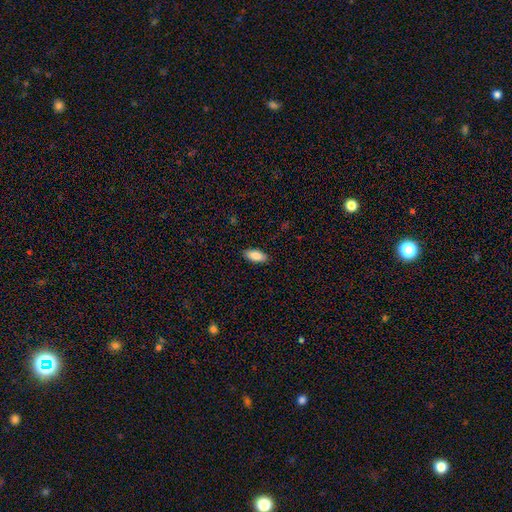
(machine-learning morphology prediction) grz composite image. It shows a smooth galaxy with no disk features (87%) that is in between round and cigar-shaped (88%). Merging: none (89%).